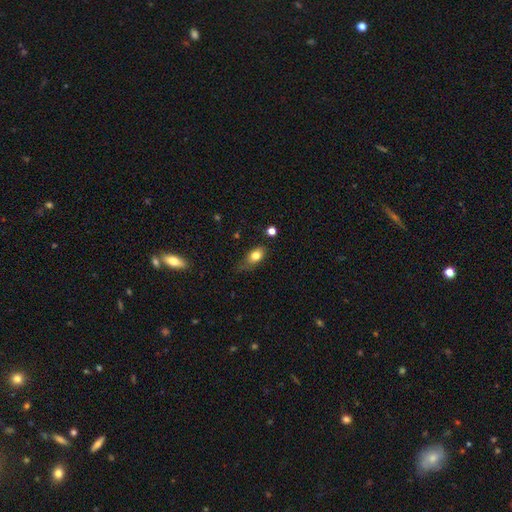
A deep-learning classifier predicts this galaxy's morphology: A smooth galaxy with no disk features (78%) that is in between round and cigar-shaped (78%).

Vote fractions:
- Smooth or featured? smooth: 78% / featured or disk: 13% / star or artifact: 9%
- How rounded? in between: 78% / round: 15% / cigar-shaped: 6%
- Merging? none: 49% / minor disturbance: 35% / major disturbance: 13% / merger: 3%